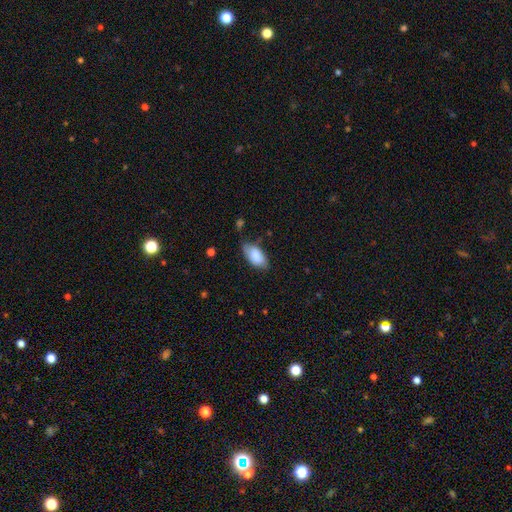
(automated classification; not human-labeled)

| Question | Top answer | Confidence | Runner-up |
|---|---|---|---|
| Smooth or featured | smooth | 84% | featured or disk (10%) |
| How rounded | in between | 94% | cigar-shaped (4%) |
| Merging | none | 68% | minor disturbance (25%) |